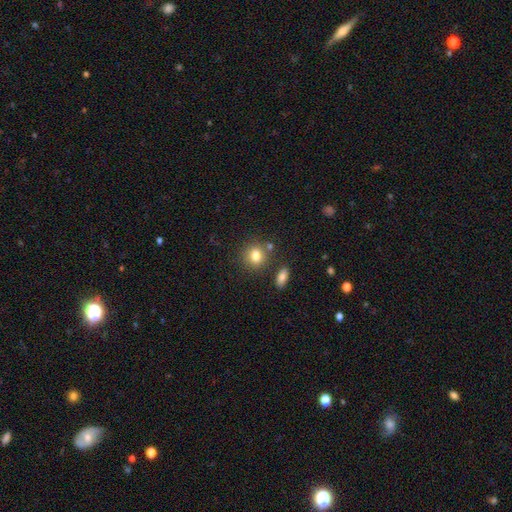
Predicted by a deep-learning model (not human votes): This appears to be a smooth galaxy with no disk features (80%) that is round (72%). Merging: none (75%).